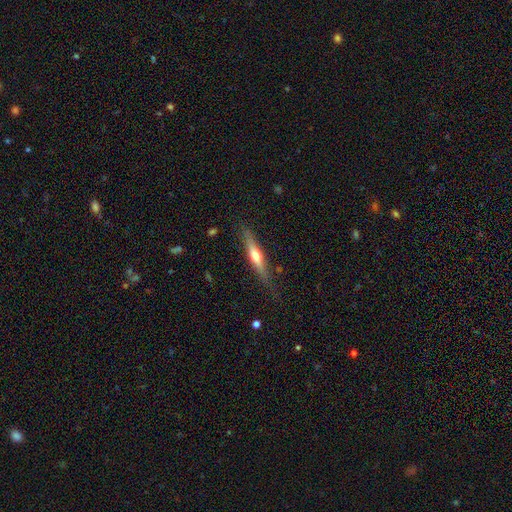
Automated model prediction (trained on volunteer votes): Smooth or featured? Predicted: featured or disk (p=0.56). Edge-on disk? Predicted: yes (p=0.94). Edge-on bulge? Predicted: rounded (p=0.89). Merging? Predicted: none (p=0.80).